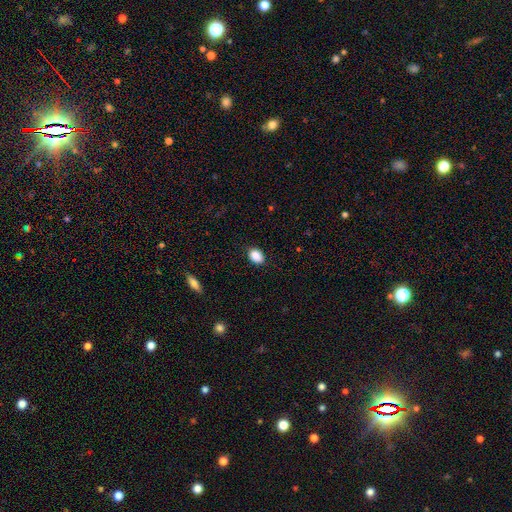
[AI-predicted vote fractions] smooth 88%, star or artifact 8%, featured or disk 4%. Down the decision tree: how rounded — in between (73%); merging — none (82%).